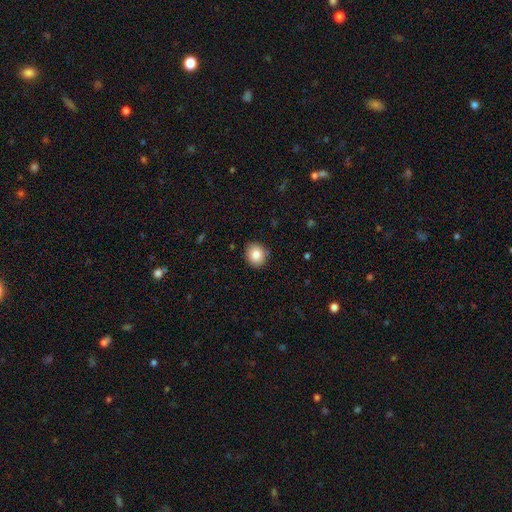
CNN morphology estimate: A smooth galaxy with no disk features (85%) that is round (72%).

Vote fractions:
- Smooth or featured? smooth: 85% / star or artifact: 9% / featured or disk: 7%
- How rounded? round: 72% / in between: 27% / cigar-shaped: 1%
- Merging? none: 87% / minor disturbance: 10% / major disturbance: 2% / merger: 1%